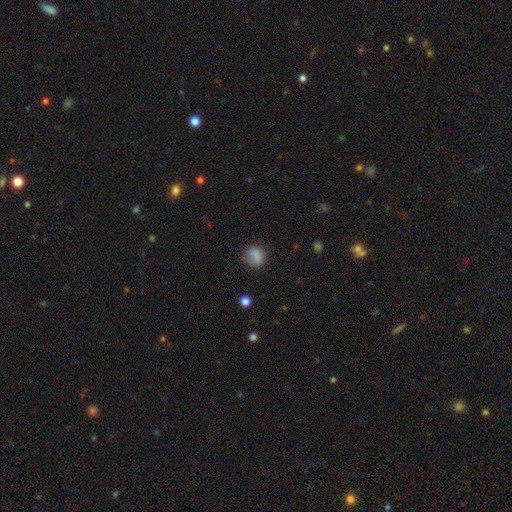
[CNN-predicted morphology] smooth-or-featured: smooth: 76% | featured or disk: 12% | star or artifact: 11%
  how-rounded: round: 75% | in between: 23% | cigar-shaped: 1%
  merging: none: 63% | minor disturbance: 22% | major disturbance: 12% | merger: 3%